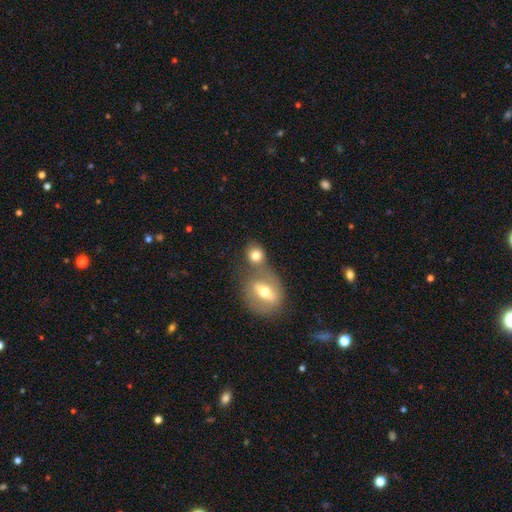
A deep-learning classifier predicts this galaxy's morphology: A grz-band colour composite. It shows a smooth galaxy with no disk features (74%) that is round (73%). Merging: none (47%).